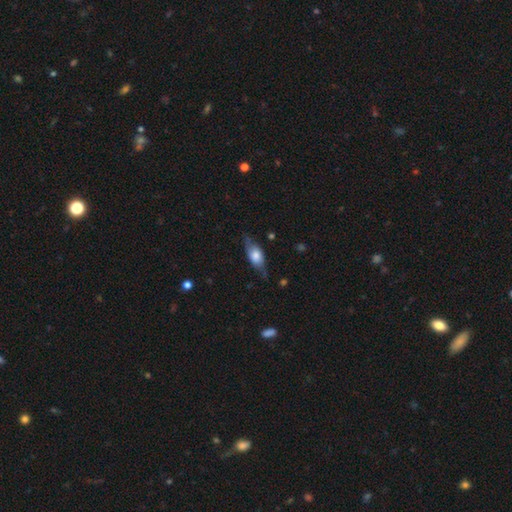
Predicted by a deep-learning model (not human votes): smooth_or_featured: smooth (p=0.57) [alt: featured or disk p=0.36]
how_rounded: in between (p=0.78) [alt: cigar-shaped p=0.15]
merging: none (p=0.66) [alt: minor disturbance p=0.25]